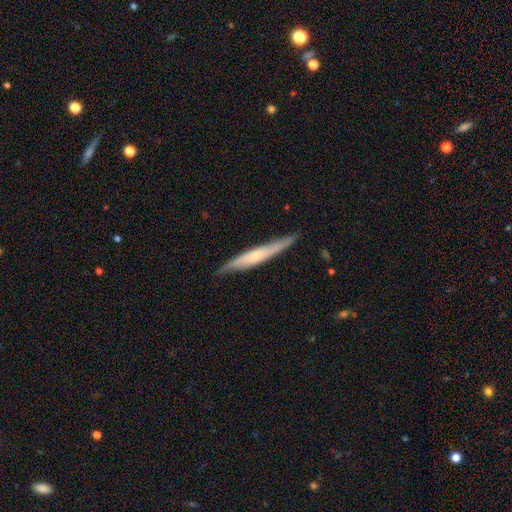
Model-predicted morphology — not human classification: smooth_or_featured: featured or disk (p=0.55) [alt: smooth p=0.40]
disk_edge_on: yes (p=0.83) [alt: no p=0.17]
merging: none (p=0.83) [alt: minor disturbance p=0.14]